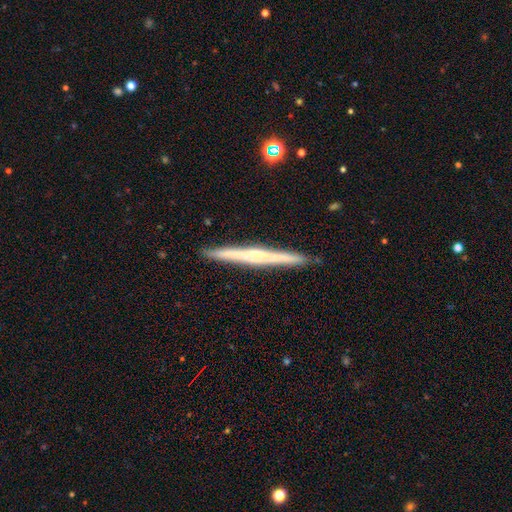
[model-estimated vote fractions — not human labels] Smooth or featured?
  - featured or disk: 67% *
  - smooth: 27%
  - star or artifact: 6%
Edge-on disk?
  - yes: 98% *
  - no: 2%
Edge-on bulge?
  - none: 48% *
  - rounded: 46%
  - boxy: 7%
Merging?
  - none: 92% *
  - minor disturbance: 6%
  - major disturbance: 1%
  - merger: 1%